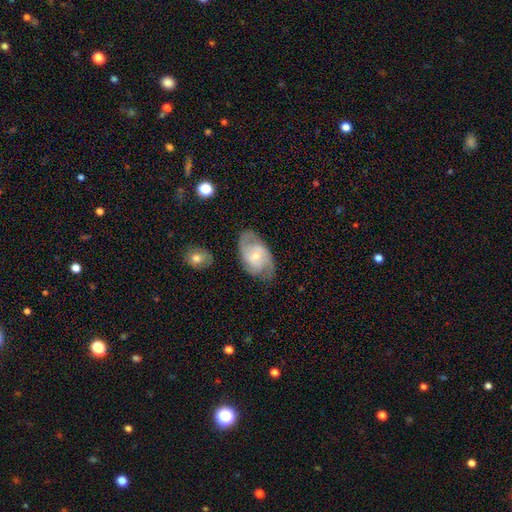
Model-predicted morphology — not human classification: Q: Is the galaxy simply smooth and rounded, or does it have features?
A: featured or disk — 76%.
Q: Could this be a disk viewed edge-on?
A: no — 96%.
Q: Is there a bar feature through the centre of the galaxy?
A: no — 58%.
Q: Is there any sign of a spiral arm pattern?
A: yes — 93%.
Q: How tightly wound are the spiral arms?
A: medium — 47%.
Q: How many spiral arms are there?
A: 2 — 57%.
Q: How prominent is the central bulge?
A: small — 55%.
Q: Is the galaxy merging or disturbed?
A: none — 72%.